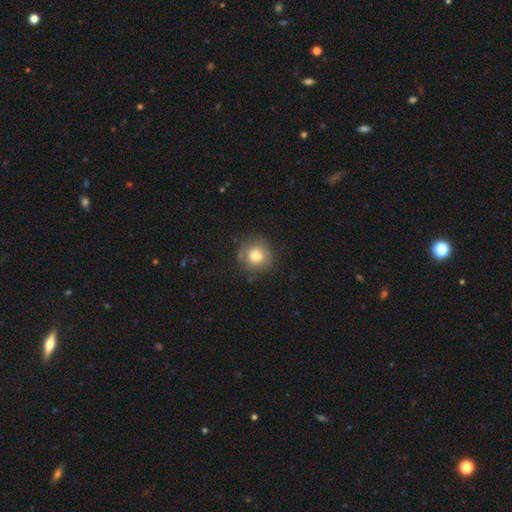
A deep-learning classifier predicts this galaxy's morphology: Overall: smooth (78%). How rounded: round (91%). Merging: none (82%).